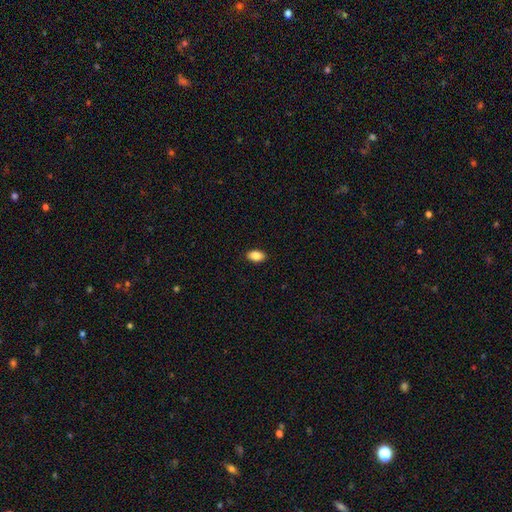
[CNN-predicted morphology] smooth_or_featured: smooth (p=0.86) [alt: star or artifact p=0.08]
how_rounded: in between (p=0.90) [alt: round p=0.08]
merging: none (p=0.89) [alt: minor disturbance p=0.08]